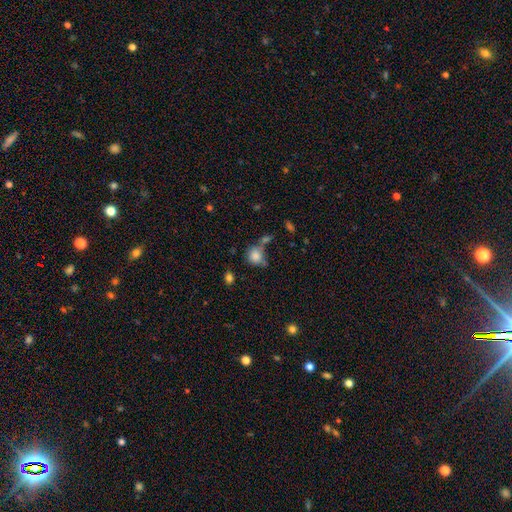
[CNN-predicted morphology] The model was most divided on "merging": none: 54%, merger: 22%, minor disturbance: 17%, major disturbance: 7%. More confident: smooth or featured — smooth (83%); how rounded — round (81%).